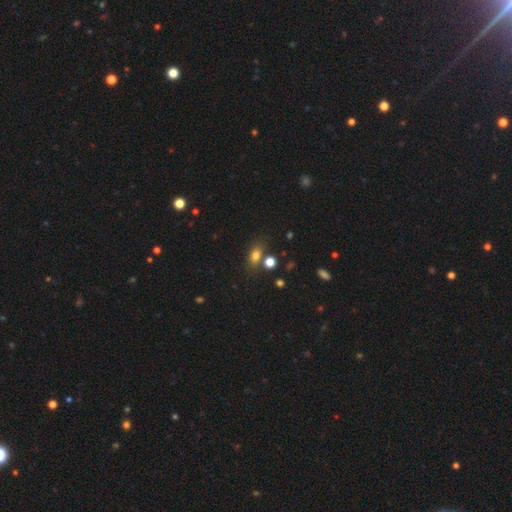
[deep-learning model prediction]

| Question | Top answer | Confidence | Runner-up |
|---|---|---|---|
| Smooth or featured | smooth | 78% | star or artifact (14%) |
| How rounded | in between | 75% | round (21%) |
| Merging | none | 66% | merger (15%) |